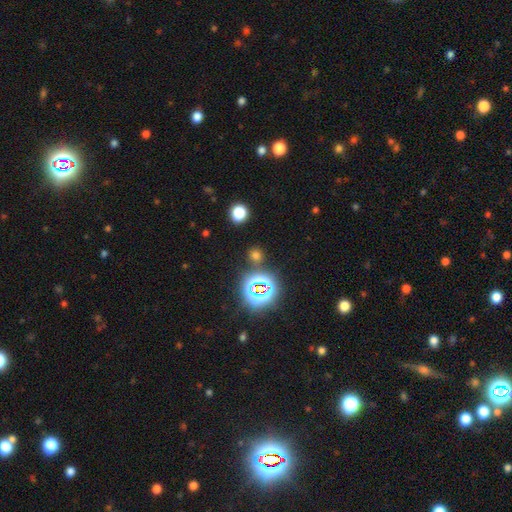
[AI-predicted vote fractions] This appears to be a smooth galaxy with no disk features (57%) that is round (84%). Merging: none (80%).